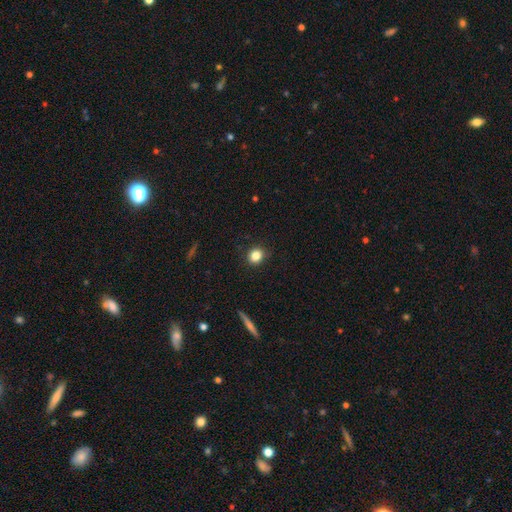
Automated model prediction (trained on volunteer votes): smooth_or_featured: smooth (p=0.84) [alt: star or artifact p=0.10]
how_rounded: round (p=0.81) [alt: in between p=0.18]
merging: none (p=0.89) [alt: minor disturbance p=0.08]